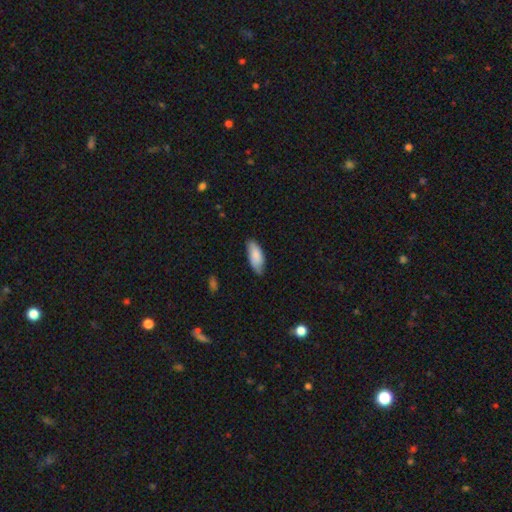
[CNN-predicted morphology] Smooth or featured: smooth — 83% (featured or disk — 11%)
How rounded: in between — 79% (cigar-shaped — 19%)
Merging: none — 75% (minor disturbance — 21%)